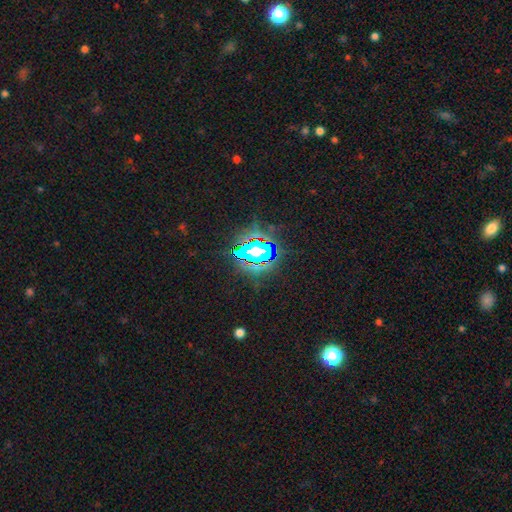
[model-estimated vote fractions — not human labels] Q: Smooth or featured?
A: star or artifact (62%); runner-up: smooth (22%)